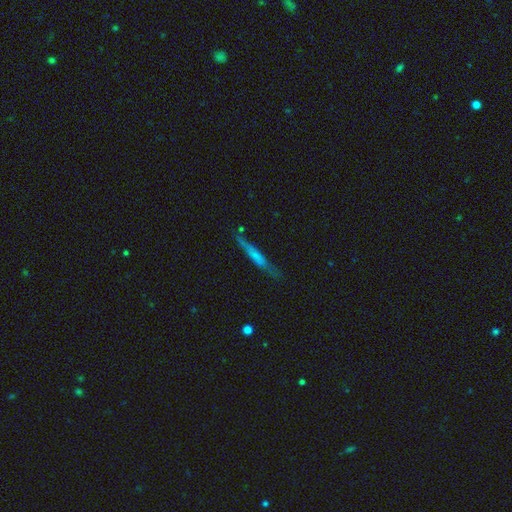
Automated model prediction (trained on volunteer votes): smooth_or_featured: smooth (p=0.52) [alt: featured or disk p=0.41]
how_rounded: cigar-shaped (p=0.93) [alt: in between p=0.05]
merging: none (p=0.74) [alt: minor disturbance p=0.18]